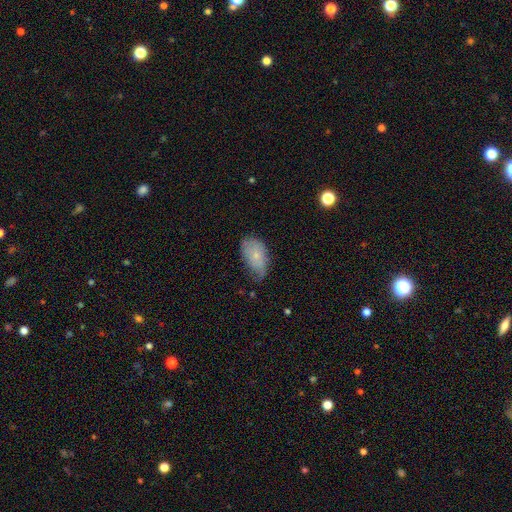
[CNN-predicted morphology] A smooth galaxy with no disk features (65%) that is in between round and cigar-shaped (91%). Merging: minor disturbance (43%).